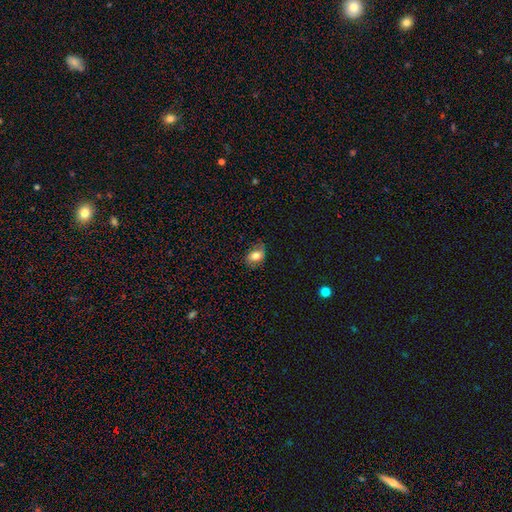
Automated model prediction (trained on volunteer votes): Smooth or featured? Predicted: smooth (p=0.78). How rounded? Predicted: in between (p=0.74). Merging? Predicted: none (p=0.67).